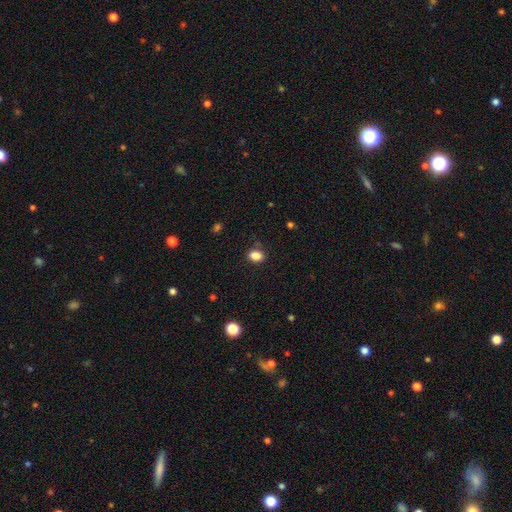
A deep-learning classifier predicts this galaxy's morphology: smooth-or-featured: smooth: 86% | star or artifact: 10% | featured or disk: 4%
  how-rounded: in between: 76% | round: 23% | cigar-shaped: 1%
  merging: none: 80% | minor disturbance: 14% | major disturbance: 4% | merger: 2%